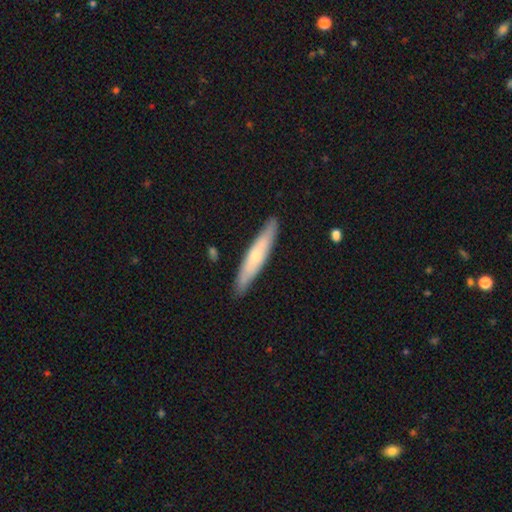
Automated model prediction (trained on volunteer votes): This appears to be a smooth galaxy with no disk features (53%) that is cigar-shaped (90%). Merging: none (88%).